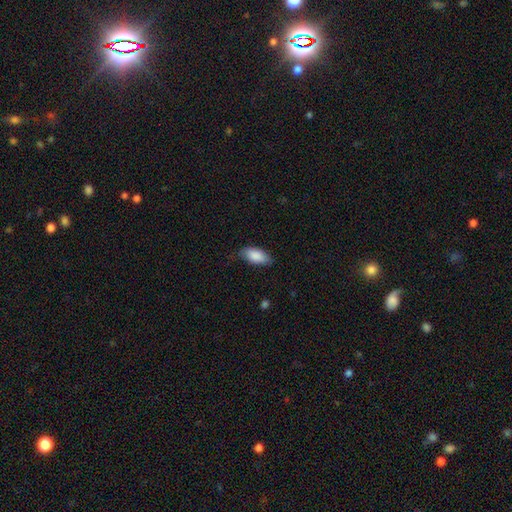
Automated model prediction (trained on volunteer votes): A smooth galaxy with no disk features (87%) that is in between round and cigar-shaped (90%).

Vote fractions:
- Smooth or featured? smooth: 87% / featured or disk: 7% / star or artifact: 6%
- How rounded? in between: 90% / cigar-shaped: 8% / round: 2%
- Merging? none: 70% / minor disturbance: 24% / major disturbance: 5% / merger: 1%